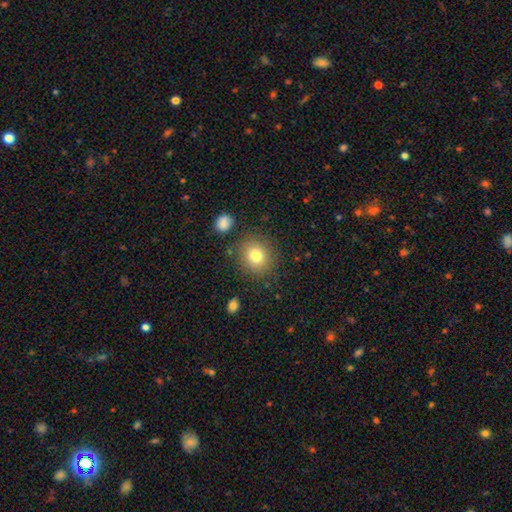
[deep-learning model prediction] Smooth or featured?
  - smooth: 78% *
  - star or artifact: 12%
  - featured or disk: 10%
How rounded?
  - round: 81% *
  - in between: 18%
  - cigar-shaped: 1%
Merging?
  - none: 83% *
  - minor disturbance: 10%
  - major disturbance: 4%
  - merger: 3%